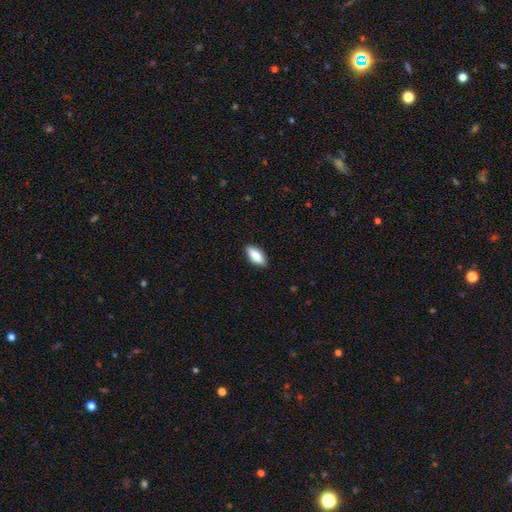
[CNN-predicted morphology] Smooth or featured? smooth (85%)
How rounded? in between (87%)
Merging? none (89%)